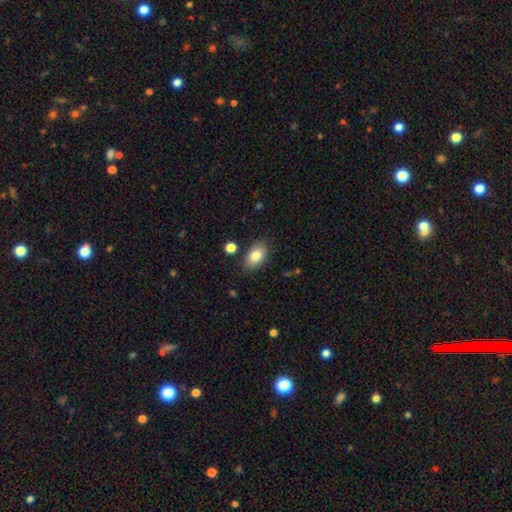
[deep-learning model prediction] A smooth galaxy with no disk features (83%) that is in between round and cigar-shaped (89%). Merging: none (83%).